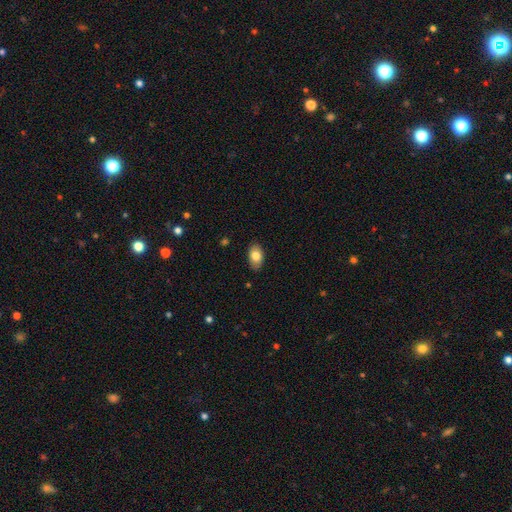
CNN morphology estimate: This appears to be a smooth galaxy with no disk features (81%) that is in between round and cigar-shaped (90%). Merging: none (86%).